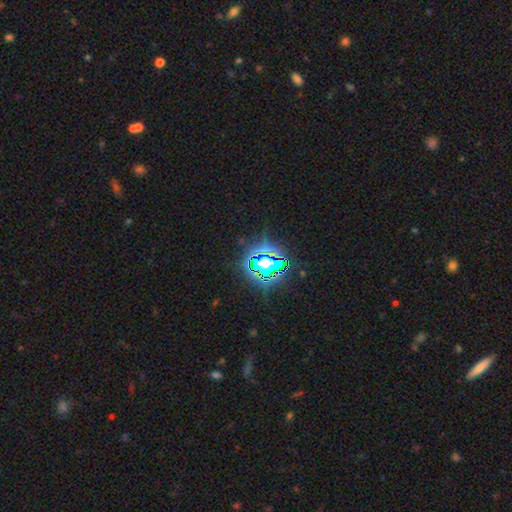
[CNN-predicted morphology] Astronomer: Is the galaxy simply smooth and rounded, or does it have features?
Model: star or artifact — 75%.